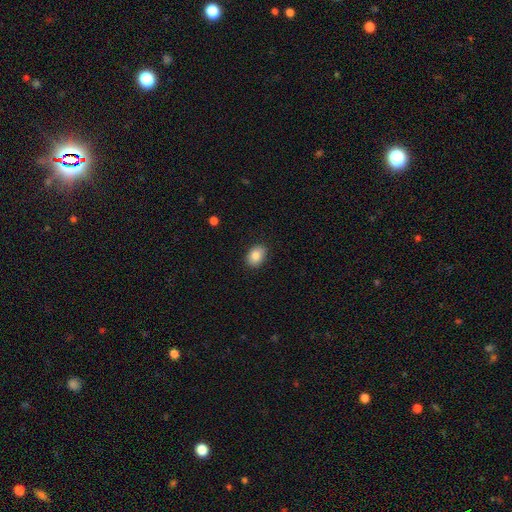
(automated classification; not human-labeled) This appears to be a smooth galaxy with no disk features (85%) that is in between round and cigar-shaped (75%). Merging: none (88%).